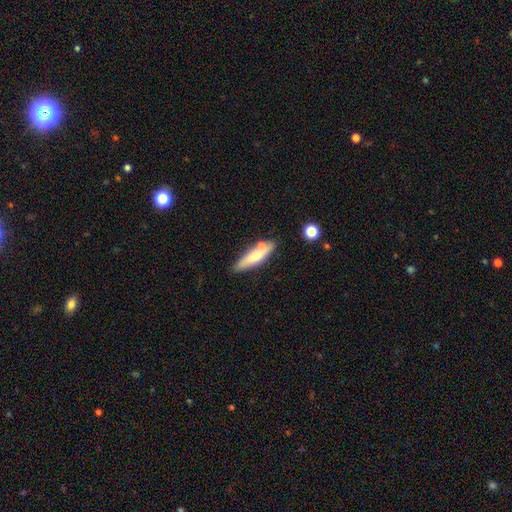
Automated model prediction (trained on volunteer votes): A smooth galaxy with no disk features (60%) that is cigar-shaped (70%). Merging: none (73%).